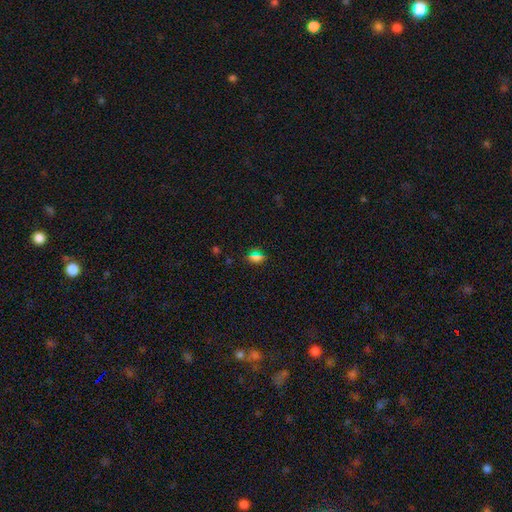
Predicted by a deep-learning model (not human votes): Smooth or featured?
  - smooth: 61% *
  - star or artifact: 30%
  - featured or disk: 8%
How rounded?
  - in between: 54% *
  - round: 36%
  - cigar-shaped: 10%
Merging?
  - none: 82% *
  - minor disturbance: 11%
  - major disturbance: 4%
  - merger: 3%